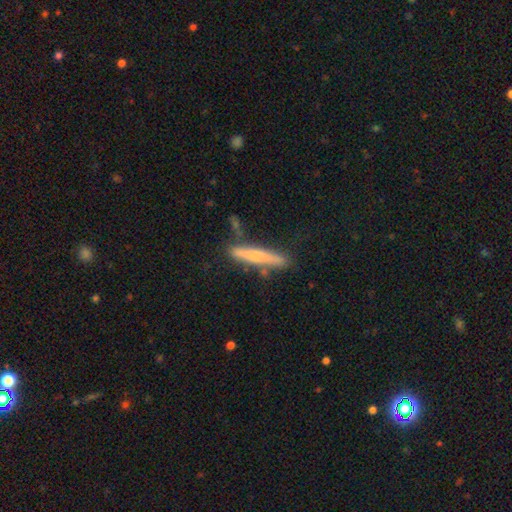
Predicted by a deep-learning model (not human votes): Q: Smooth or featured?
A: smooth (60%); runner-up: featured or disk (34%)
Q: How rounded?
A: cigar-shaped (94%); runner-up: in between (5%)
Q: Merging?
A: none (77%); runner-up: minor disturbance (14%)